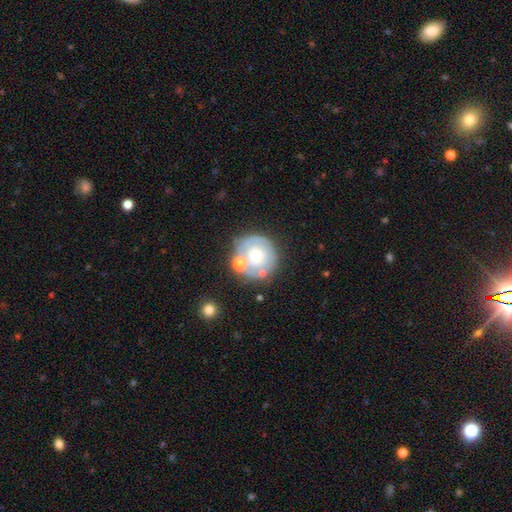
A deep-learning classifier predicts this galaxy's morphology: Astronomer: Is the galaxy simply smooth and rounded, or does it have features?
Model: featured or disk — 51% (runner-up: smooth, 40%).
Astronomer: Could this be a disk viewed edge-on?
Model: no — 97%.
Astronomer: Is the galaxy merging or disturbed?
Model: none — 60%.